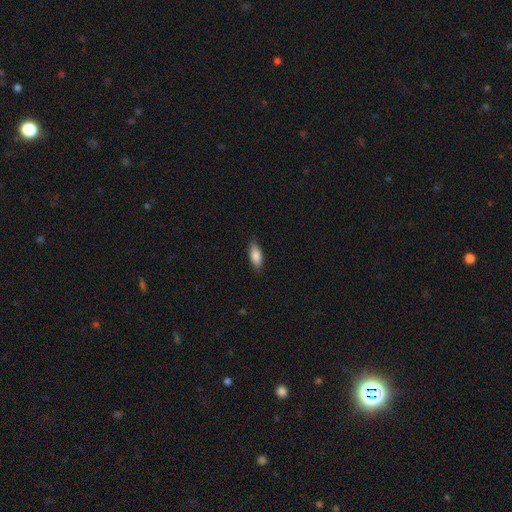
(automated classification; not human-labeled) smooth-or-featured: smooth: 84% | featured or disk: 9% | star or artifact: 6%
  how-rounded: in between: 81% | cigar-shaped: 17% | round: 2%
  merging: none: 85% | minor disturbance: 12% | major disturbance: 2% | merger: 1%